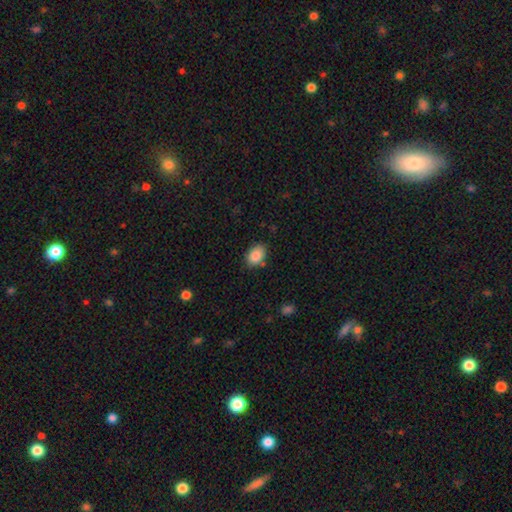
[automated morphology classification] A smooth galaxy with no disk features (87%) that is in between round and cigar-shaped (82%). Merging: none (79%).